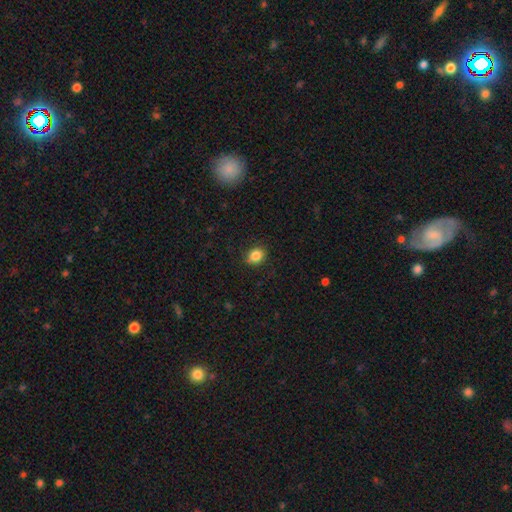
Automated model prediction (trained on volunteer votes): Q: Smooth or featured?
A: smooth (85%); runner-up: star or artifact (10%)
Q: How rounded?
A: round (62%); runner-up: in between (37%)
Q: Merging?
A: none (87%); runner-up: minor disturbance (10%)